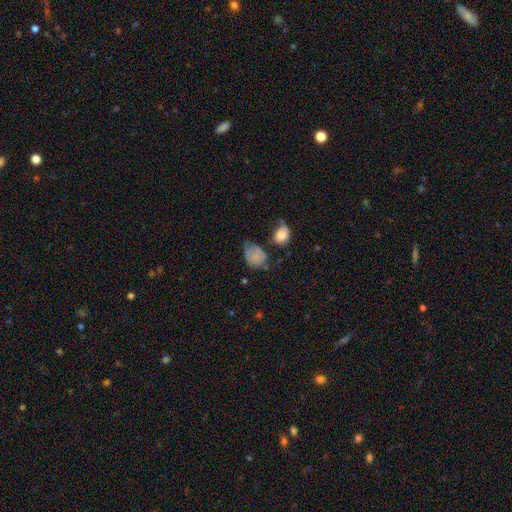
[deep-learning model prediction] The model was most divided on "merging": minor disturbance: 36%, none: 34%, major disturbance: 21%, merger: 9%. More confident: smooth or featured — smooth (71%); how rounded — in between (60%).